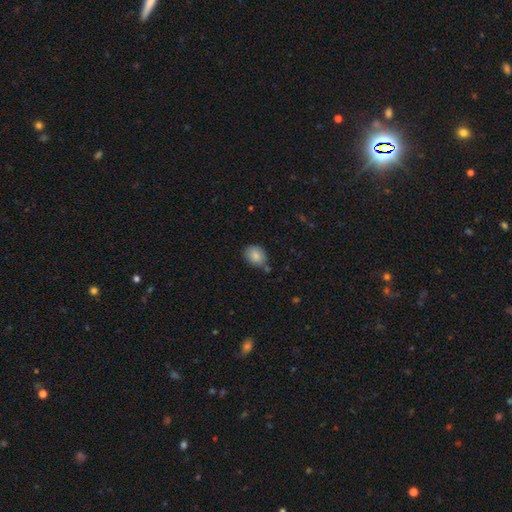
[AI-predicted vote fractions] Overall: smooth (85%). How rounded: in between (60%; round 39%). Merging: none (71%).